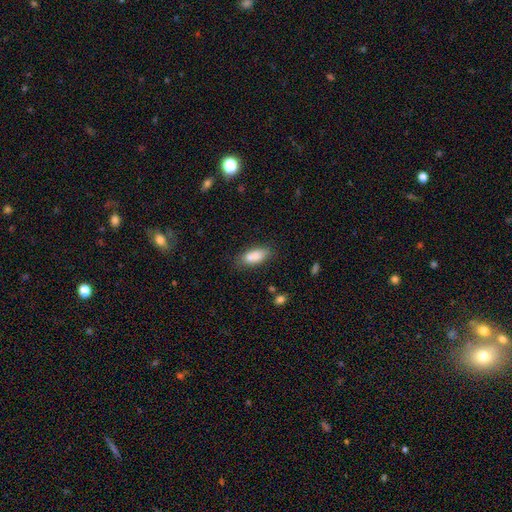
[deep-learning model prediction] A smooth galaxy with no disk features (84%) that is in between round and cigar-shaped (82%).

Vote fractions:
- Smooth or featured? smooth: 84% / featured or disk: 9% / star or artifact: 8%
- How rounded? in between: 82% / cigar-shaped: 15% / round: 3%
- Merging? none: 69% / minor disturbance: 20% / merger: 6% / major disturbance: 5%